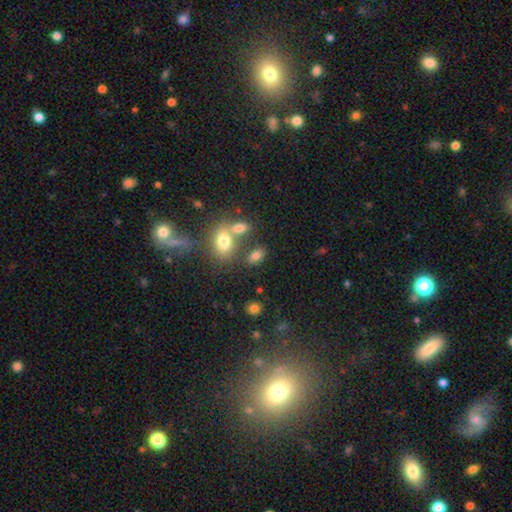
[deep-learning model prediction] smooth-or-featured: smooth: 75% | star or artifact: 13% | featured or disk: 12%
  how-rounded: in between: 85% | round: 11% | cigar-shaped: 4%
  merging: none: 60% | merger: 23% | minor disturbance: 12% | major disturbance: 5%